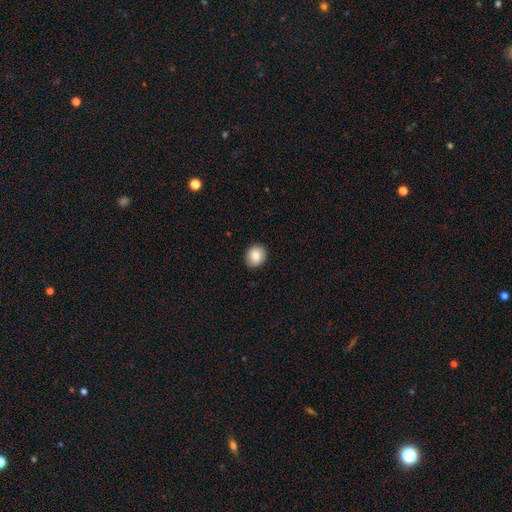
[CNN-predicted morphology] Smooth or featured: smooth — 84% (star or artifact — 8%)
How rounded: round — 73% (in between — 26%)
Merging: none — 91% (minor disturbance — 7%)